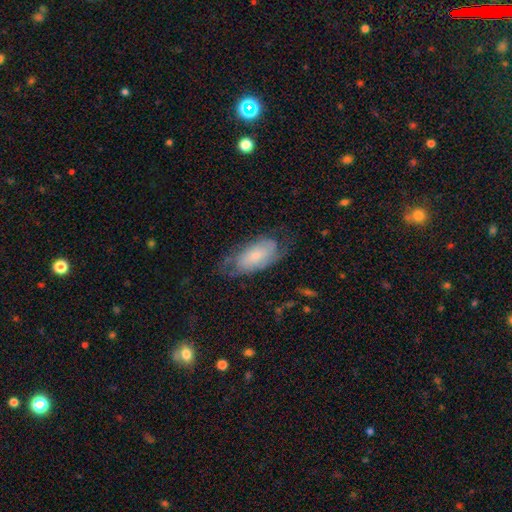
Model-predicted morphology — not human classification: Smooth or featured: featured or disk — 51% (smooth — 42%)
Edge-on disk: no — 92% (yes — 8%)
Merging: none — 56% (minor disturbance — 25%)